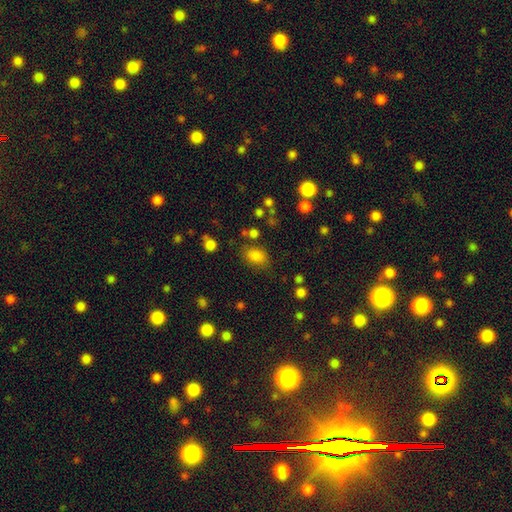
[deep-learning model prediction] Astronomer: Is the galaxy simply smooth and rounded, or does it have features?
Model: smooth — 82%.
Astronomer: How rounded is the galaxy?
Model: in between — 76%.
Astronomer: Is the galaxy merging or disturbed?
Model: none — 73%.